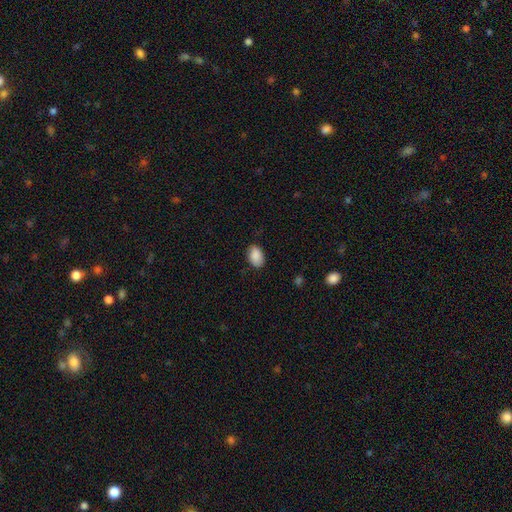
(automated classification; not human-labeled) Smooth or featured? Predicted: smooth (p=0.89). How rounded? Predicted: in between (p=0.87). Merging? Predicted: none (p=0.83).